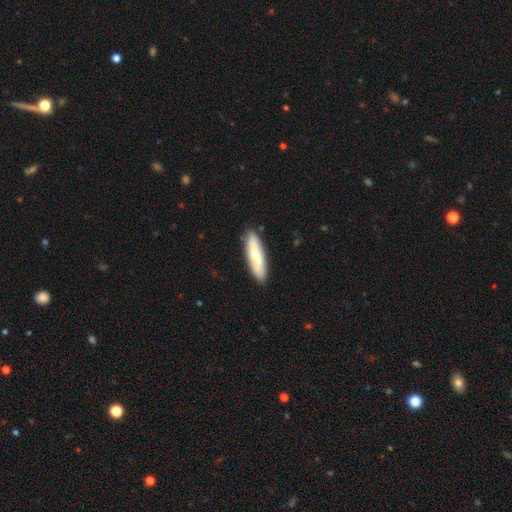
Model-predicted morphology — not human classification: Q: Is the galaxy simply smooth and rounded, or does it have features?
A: smooth — 54%.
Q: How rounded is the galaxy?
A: cigar-shaped — 70%.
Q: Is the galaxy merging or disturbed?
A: none — 88%.